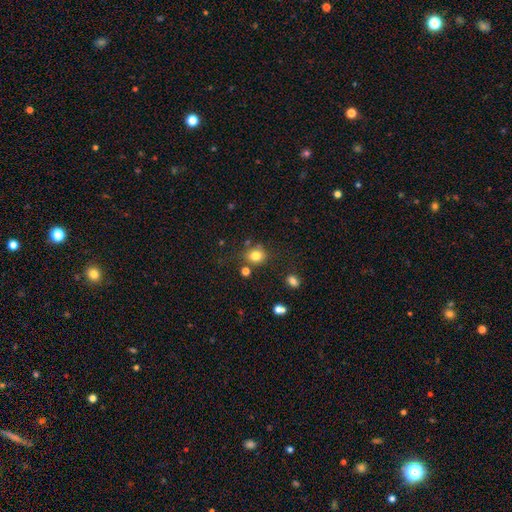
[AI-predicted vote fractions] Morphology: type=smooth (80%); roundness=round (73%); merging=none (73%).